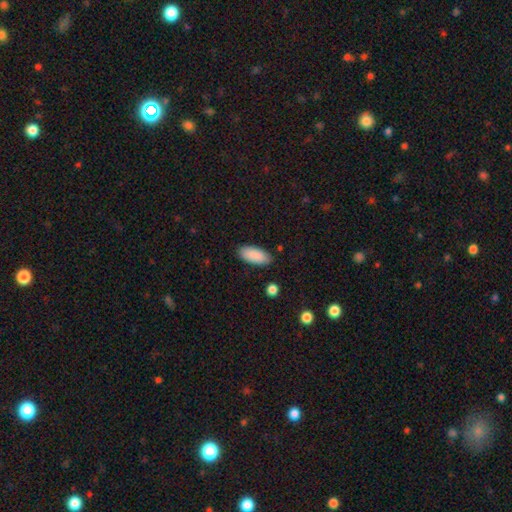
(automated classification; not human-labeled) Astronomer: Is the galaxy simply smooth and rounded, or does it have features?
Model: smooth — 90%.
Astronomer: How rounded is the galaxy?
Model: in between — 86%.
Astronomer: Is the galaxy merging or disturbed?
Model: none — 86%.